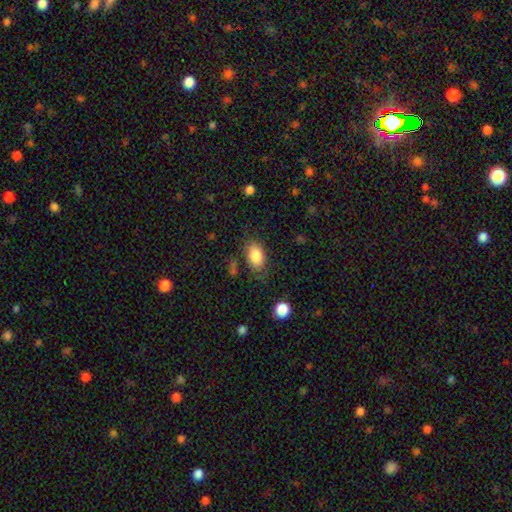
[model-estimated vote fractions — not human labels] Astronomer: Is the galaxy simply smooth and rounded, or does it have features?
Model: smooth — 84%.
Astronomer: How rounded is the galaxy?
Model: in between — 90%.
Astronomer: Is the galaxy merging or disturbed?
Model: none — 75%.